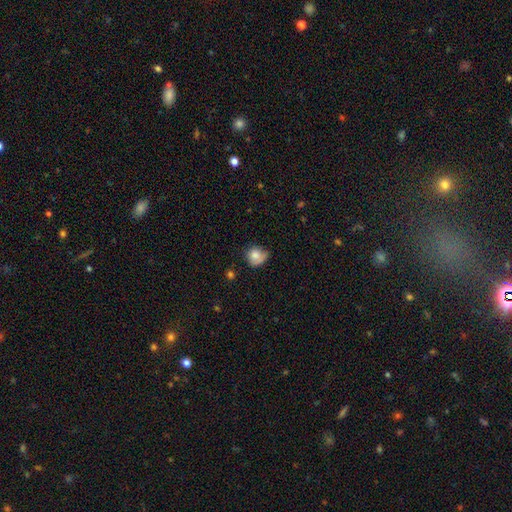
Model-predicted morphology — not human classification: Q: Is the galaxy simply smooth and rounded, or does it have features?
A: smooth — 77%.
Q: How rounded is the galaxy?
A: round — 76%.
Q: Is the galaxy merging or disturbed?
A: none — 47%.